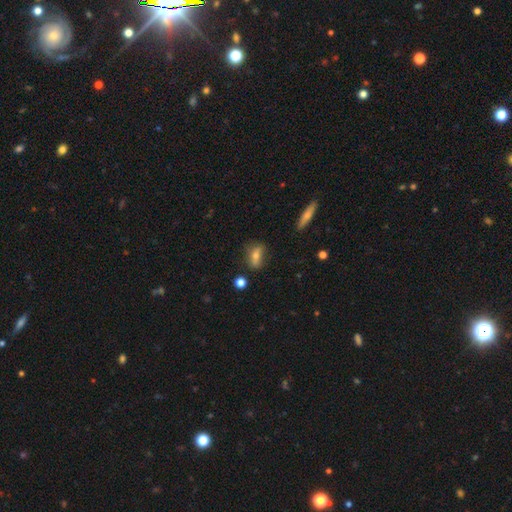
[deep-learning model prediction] A smooth galaxy with no disk features (62%) that is in between round and cigar-shaped (67%).

Vote fractions:
- Smooth or featured? smooth: 62% / featured or disk: 27% / star or artifact: 11%
- How rounded? in between: 67% / cigar-shaped: 19% / round: 14%
- Merging? none: 70% / minor disturbance: 20% / major disturbance: 6% / merger: 5%